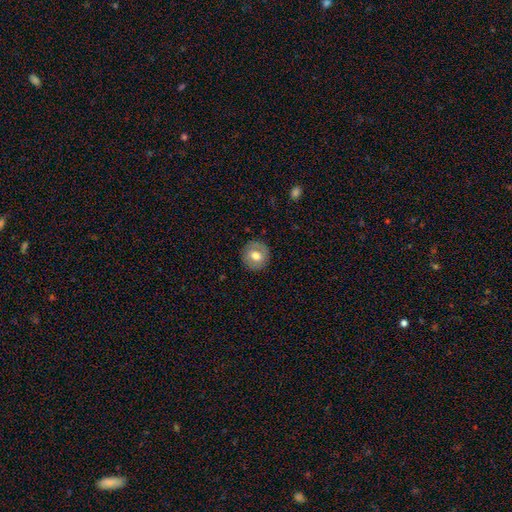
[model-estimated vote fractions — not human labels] The model was most divided on "smooth or featured": smooth: 67%, featured or disk: 26%, star or artifact: 7%. More confident: how rounded — round (92%); merging — none (89%).